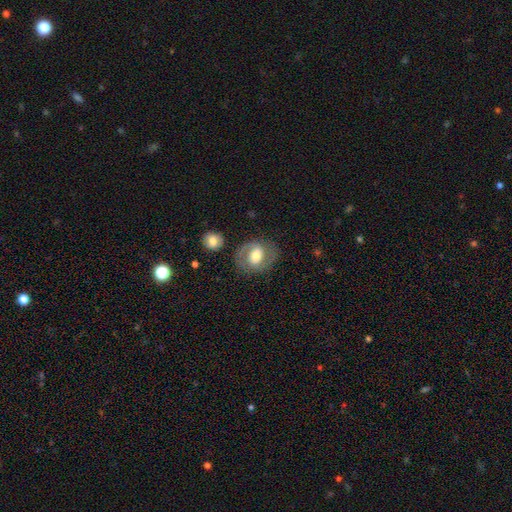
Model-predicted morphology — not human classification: smooth_or_featured: featured or disk (p=0.49) [alt: smooth p=0.44]
merging: none (p=0.73) [alt: minor disturbance p=0.15]